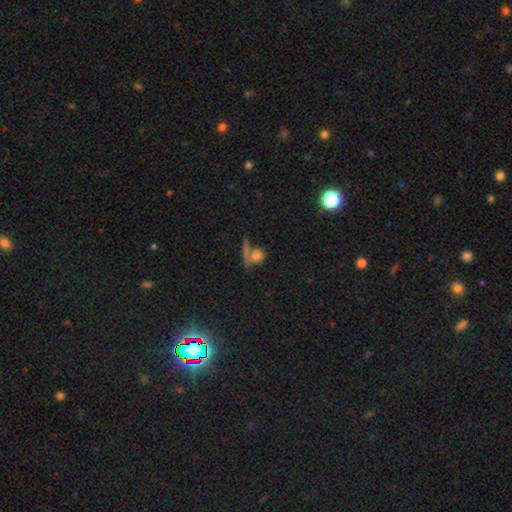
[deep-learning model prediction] This appears to be a smooth galaxy with no disk features (65%) that is round (71%). Merging: none (50%).